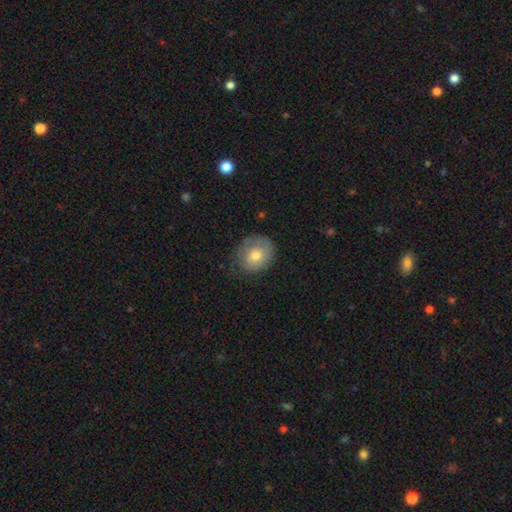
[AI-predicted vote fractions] Overall: smooth (65%; featured or disk 28%). How rounded: round (74%). Merging: none (67%).